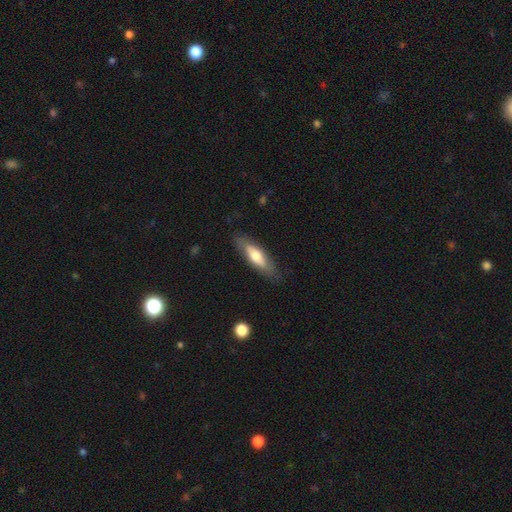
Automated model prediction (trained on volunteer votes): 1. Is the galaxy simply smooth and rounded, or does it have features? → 59% smooth, 35% featured or disk, 6% star or artifact.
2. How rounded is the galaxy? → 50% cigar-shaped, 48% in between, 2% round.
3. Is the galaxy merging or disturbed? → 80% none, 15% minor disturbance, 4% major disturbance, 1% merger.